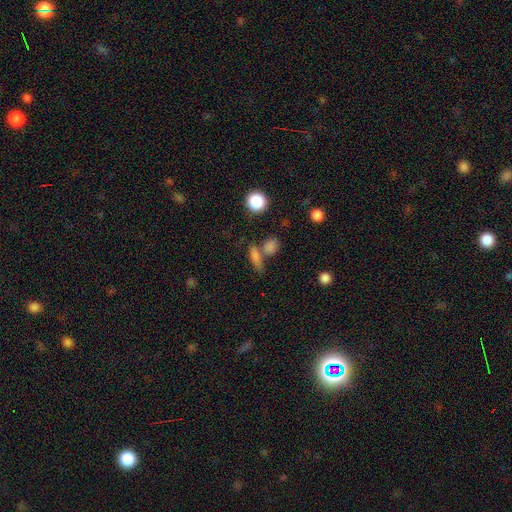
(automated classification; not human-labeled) A smooth galaxy with no disk features (75%) that is in between round and cigar-shaped (42%). Merging: none (54%).